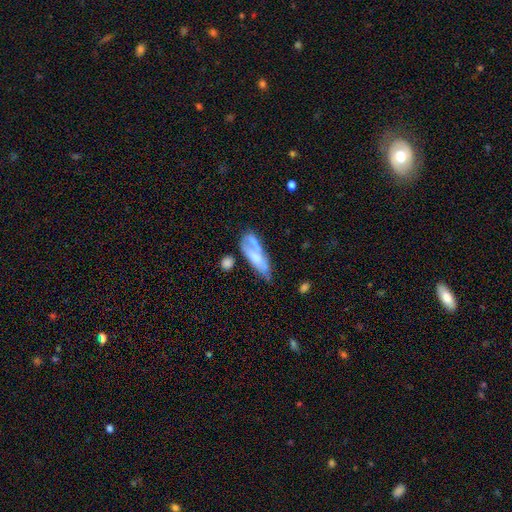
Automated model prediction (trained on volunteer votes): Morphology: type=smooth (49%); merging=none (33%).